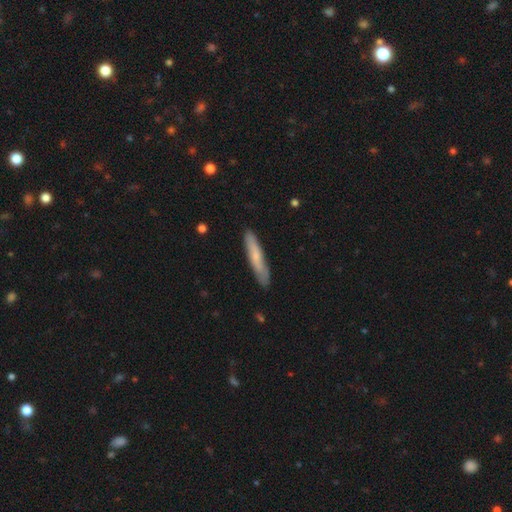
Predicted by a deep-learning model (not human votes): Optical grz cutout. It shows a smooth galaxy with no disk features (65%) that is cigar-shaped (91%). Merging: none (84%).